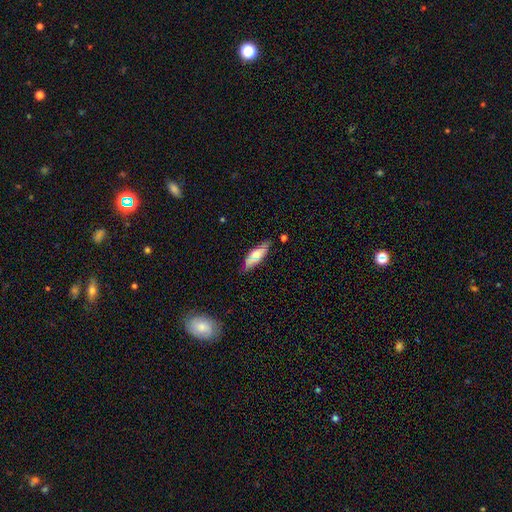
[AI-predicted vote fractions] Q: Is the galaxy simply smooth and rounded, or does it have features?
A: smooth — 53%.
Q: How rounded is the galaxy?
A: in between — 52%.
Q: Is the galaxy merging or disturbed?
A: none — 75%.